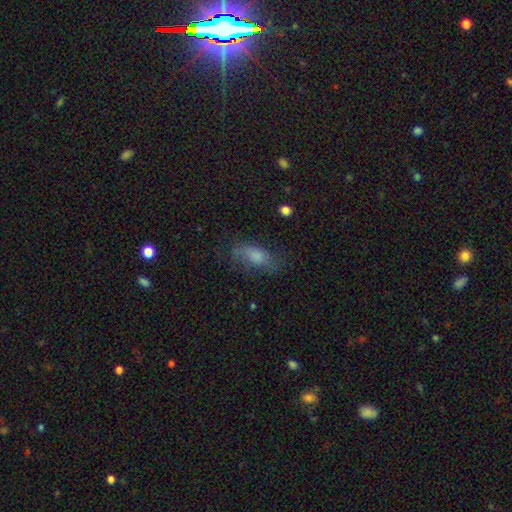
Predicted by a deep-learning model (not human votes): Smooth or featured: smooth — 55% (featured or disk — 30%)
How rounded: in between — 78% (cigar-shaped — 15%)
Merging: none — 63% (minor disturbance — 23%)